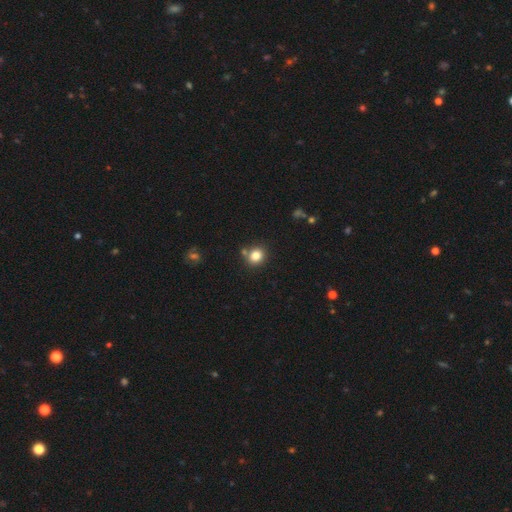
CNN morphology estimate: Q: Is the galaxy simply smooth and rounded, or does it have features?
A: smooth — 82%.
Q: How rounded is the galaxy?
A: round — 76%.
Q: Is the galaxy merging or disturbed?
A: none — 76%.